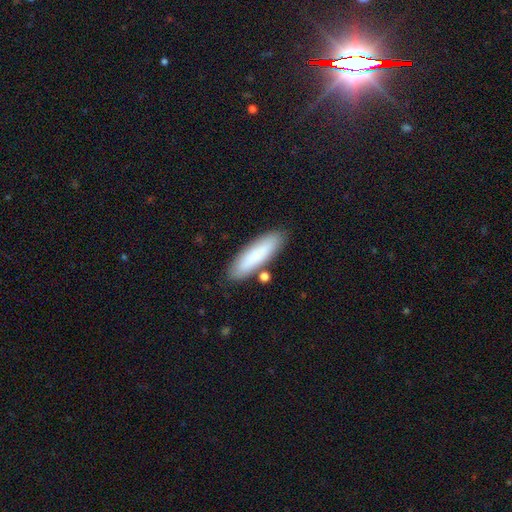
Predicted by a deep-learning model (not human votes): A smooth galaxy with no disk features (81%) that is cigar-shaped (61%).

Vote fractions:
- Smooth or featured? smooth: 81% / featured or disk: 12% / star or artifact: 6%
- How rounded? cigar-shaped: 61% / in between: 38% / round: 2%
- Merging? none: 82% / minor disturbance: 11% / merger: 5% / major disturbance: 2%